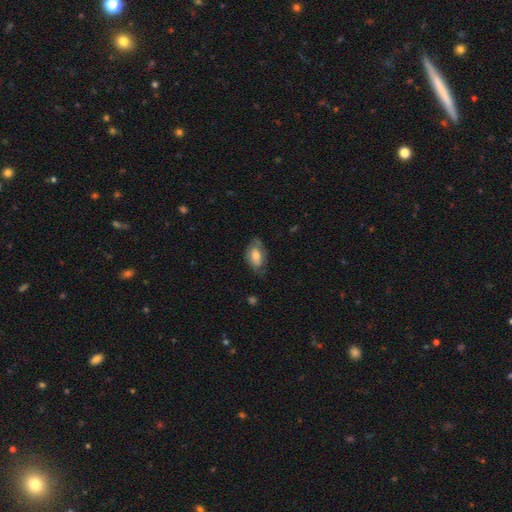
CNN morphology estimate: A smooth galaxy with no disk features (61%) that is in between round and cigar-shaped (89%). Merging: none (62%).